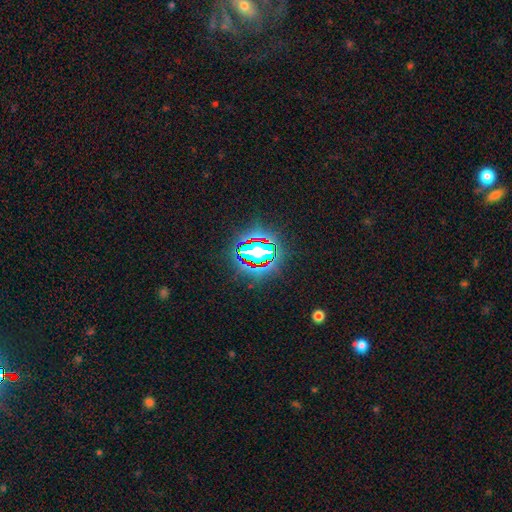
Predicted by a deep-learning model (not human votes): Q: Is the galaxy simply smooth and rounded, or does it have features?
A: star or artifact — 79%.